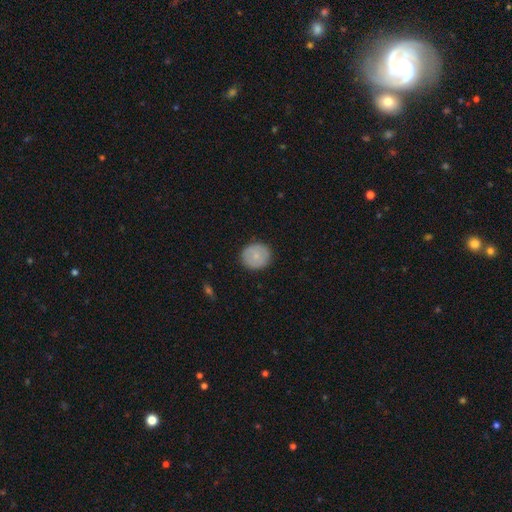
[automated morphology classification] Smooth or featured: smooth — 76% (featured or disk — 17%)
How rounded: round — 88% (in between — 11%)
Merging: none — 88% (minor disturbance — 9%)